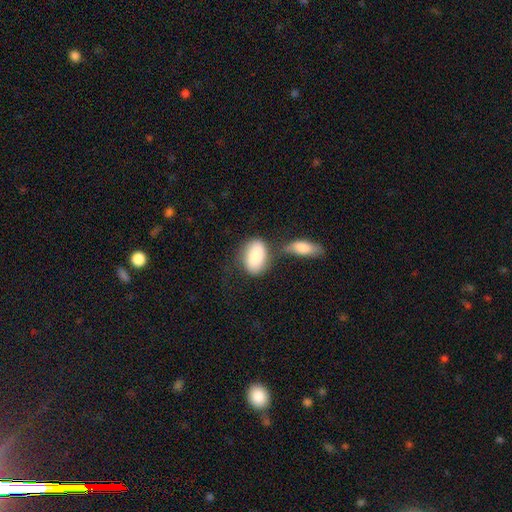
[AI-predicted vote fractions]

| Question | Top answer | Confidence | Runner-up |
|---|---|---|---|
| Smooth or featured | smooth | 83% | featured or disk (12%) |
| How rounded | in between | 89% | round (9%) |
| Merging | none | 41% | merger (32%) |